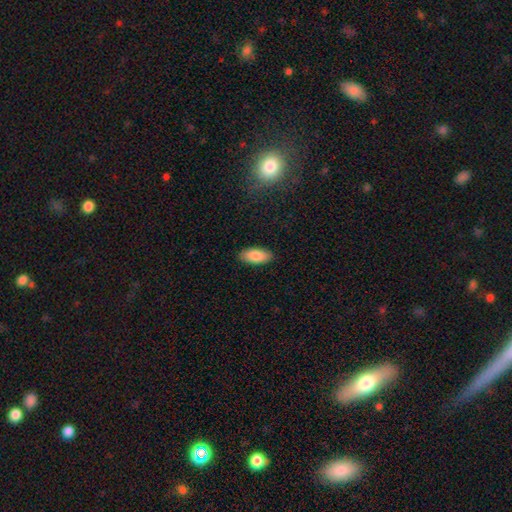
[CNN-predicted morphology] Smooth or featured: smooth — 85% (featured or disk — 8%)
How rounded: in between — 91% (cigar-shaped — 7%)
Merging: none — 89% (minor disturbance — 8%)